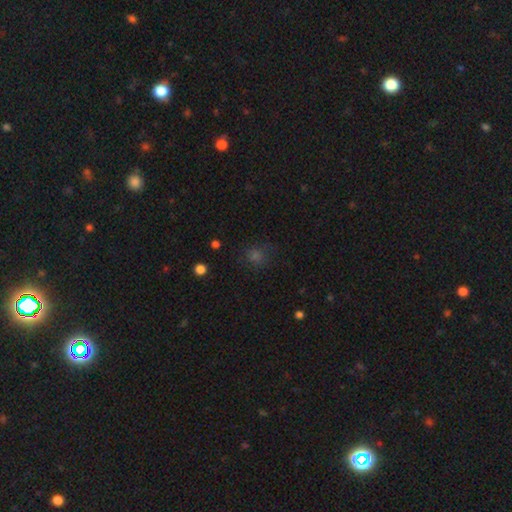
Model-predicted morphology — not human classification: Smooth or featured? smooth (60%)
How rounded? round (79%)
Merging? none (76%)